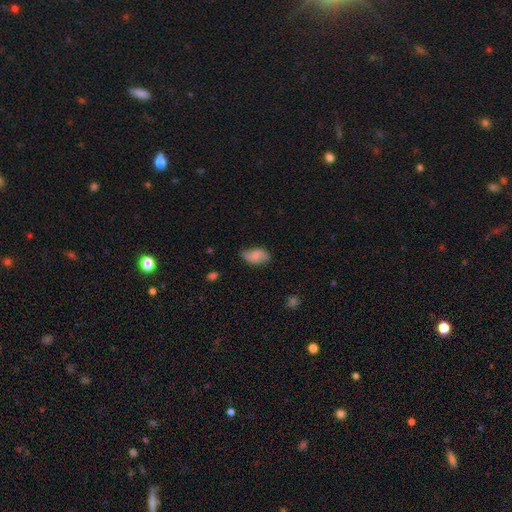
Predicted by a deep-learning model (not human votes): A smooth galaxy with no disk features (51%) that is in between round and cigar-shaped (90%).

Vote fractions:
- Smooth or featured? smooth: 51% / featured or disk: 40% / star or artifact: 8%
- How rounded? in between: 90% / round: 7% / cigar-shaped: 2%
- Merging? none: 64% / minor disturbance: 27% / major disturbance: 7% / merger: 2%